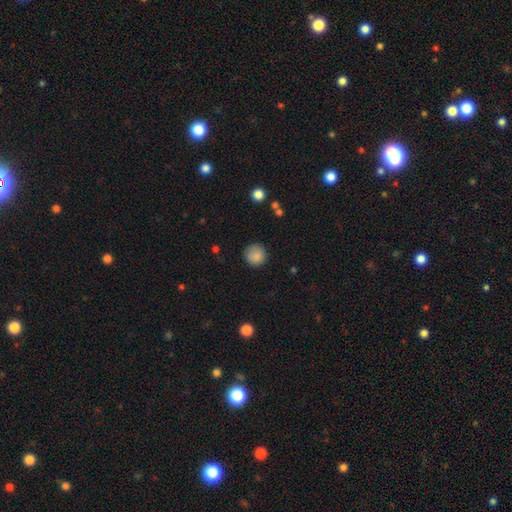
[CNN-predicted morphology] This appears to be a smooth galaxy with no disk features (87%) that is round (93%). Merging: none (84%).